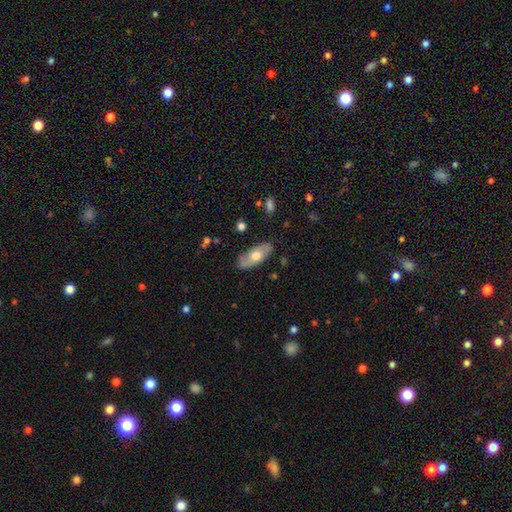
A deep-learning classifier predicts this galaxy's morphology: A smooth galaxy with no disk features (55%) that is in between round and cigar-shaped (84%). Merging: none (81%).